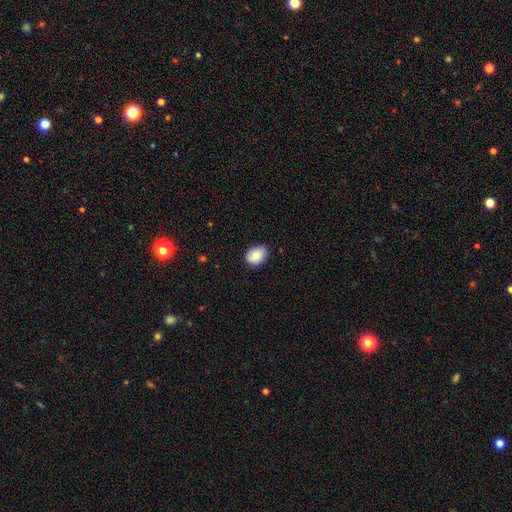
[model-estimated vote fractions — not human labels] This appears to be a smooth galaxy with no disk features (87%) that is in between round and cigar-shaped (63%). Merging: none (78%).